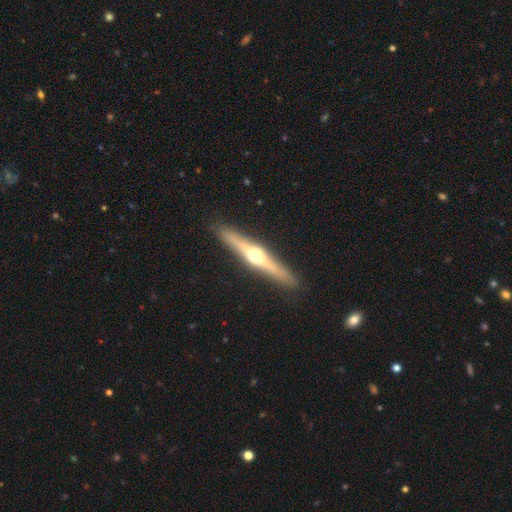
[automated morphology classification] This is likely a featured or disk galaxy (73%). It is clearly viewed edge-on (97%). Edge-on bulge: clearly rounded (95%). Merging: clearly none (91%).